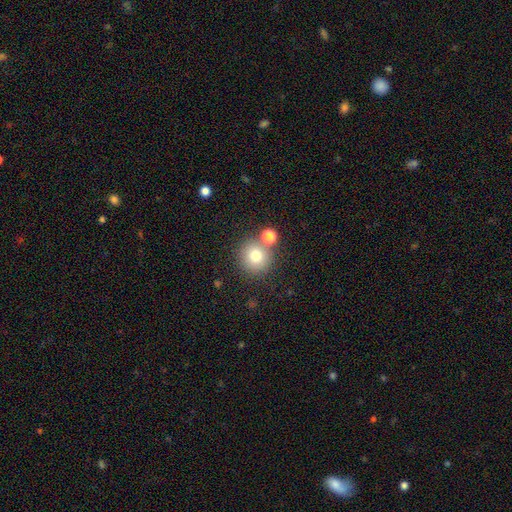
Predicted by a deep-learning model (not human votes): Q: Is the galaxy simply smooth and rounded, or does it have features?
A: smooth — 77%.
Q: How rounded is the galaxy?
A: round — 92%.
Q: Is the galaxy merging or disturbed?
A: none — 71%.